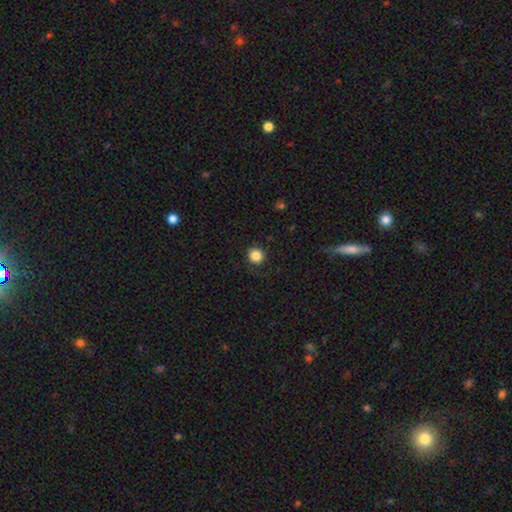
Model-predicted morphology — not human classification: Smooth or featured? smooth (86%)
How rounded? round (92%)
Merging? none (87%)